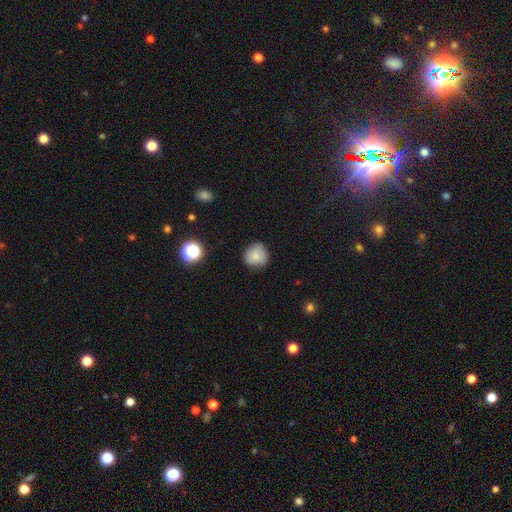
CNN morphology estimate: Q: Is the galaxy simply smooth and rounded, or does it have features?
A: smooth — 82%.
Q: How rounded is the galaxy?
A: round — 86%.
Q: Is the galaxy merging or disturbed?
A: none — 77%.